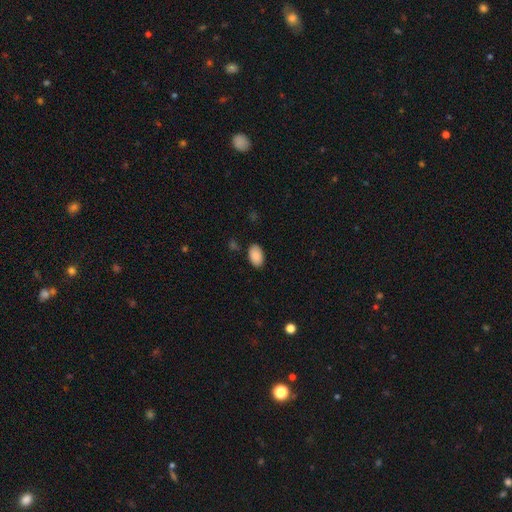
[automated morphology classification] smooth 89%, star or artifact 7%, featured or disk 4%. Down the decision tree: how rounded — in between (94%); merging — none (86%).